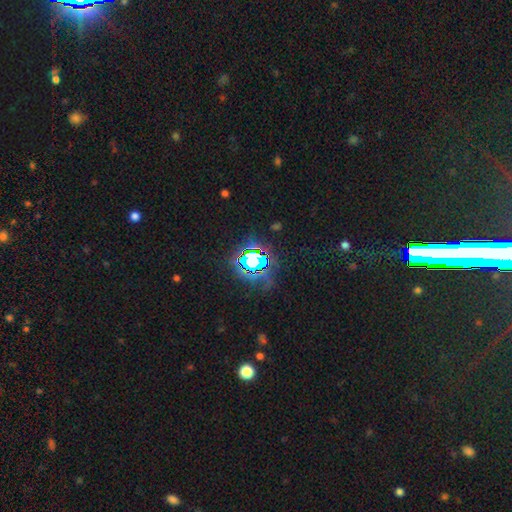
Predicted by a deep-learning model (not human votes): smooth_or_featured: star or artifact (p=0.80) [alt: smooth p=0.12]